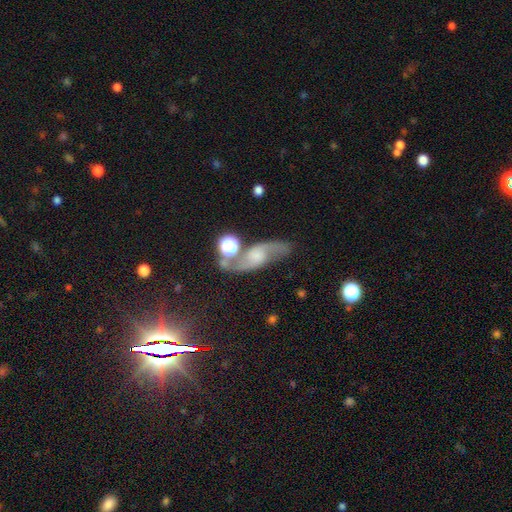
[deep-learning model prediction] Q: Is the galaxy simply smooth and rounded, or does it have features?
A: featured or disk — 70%.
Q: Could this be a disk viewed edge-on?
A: no — 88%.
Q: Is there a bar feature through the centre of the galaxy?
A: no — 58%.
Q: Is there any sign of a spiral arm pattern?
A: yes — 92%.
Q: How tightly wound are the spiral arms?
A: loose — 61%.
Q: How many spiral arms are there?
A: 2 — 91%.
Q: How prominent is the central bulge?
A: moderate — 30%.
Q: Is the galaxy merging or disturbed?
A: none — 61%.